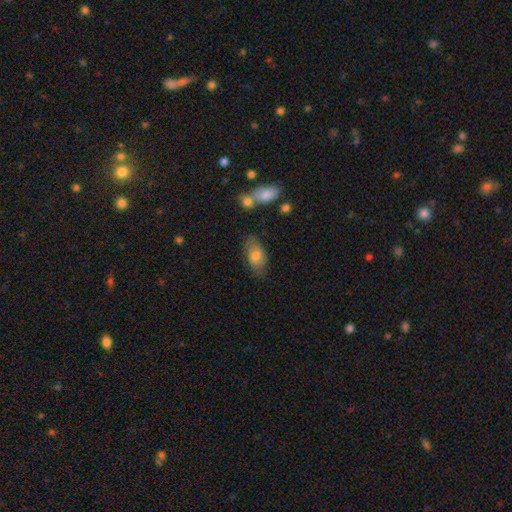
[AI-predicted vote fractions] Smooth or featured? smooth (70%)
How rounded? in between (90%)
Merging? none (64%)